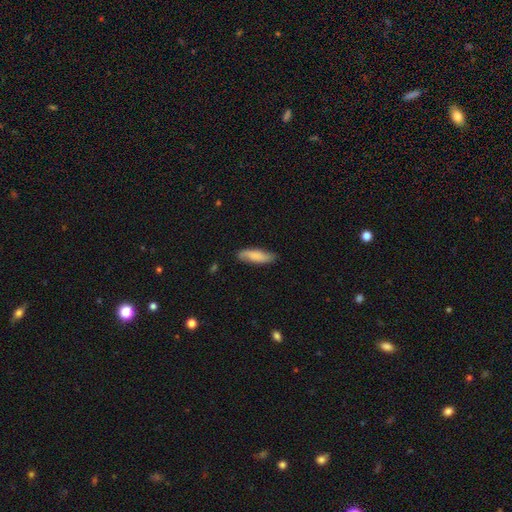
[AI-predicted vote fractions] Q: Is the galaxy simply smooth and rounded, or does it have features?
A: smooth — 75%.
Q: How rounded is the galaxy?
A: in between — 50%.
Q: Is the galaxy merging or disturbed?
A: none — 75%.